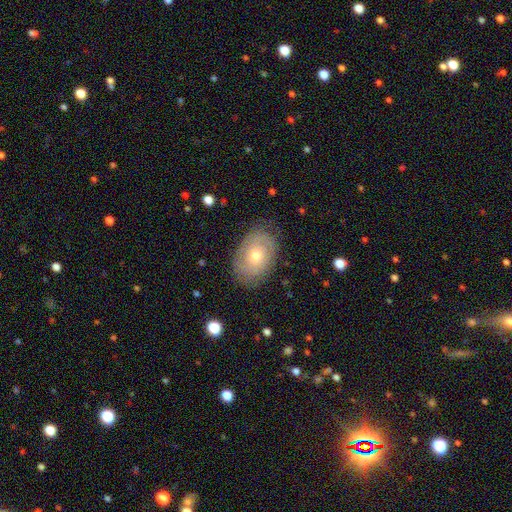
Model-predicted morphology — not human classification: Smooth or featured?
  - featured or disk: 47% *
  - smooth: 46%
  - star or artifact: 8%
Merging?
  - none: 78% *
  - minor disturbance: 17%
  - major disturbance: 5%
  - merger: 1%